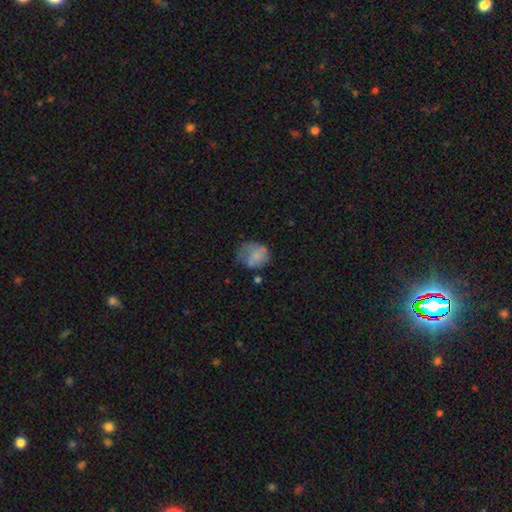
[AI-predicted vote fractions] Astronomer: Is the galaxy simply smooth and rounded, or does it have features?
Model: smooth — 62%.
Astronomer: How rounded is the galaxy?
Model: round — 58% (runner-up: in between, 41%).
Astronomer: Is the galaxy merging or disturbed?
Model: none — 33% (runner-up: major disturbance, 31%).